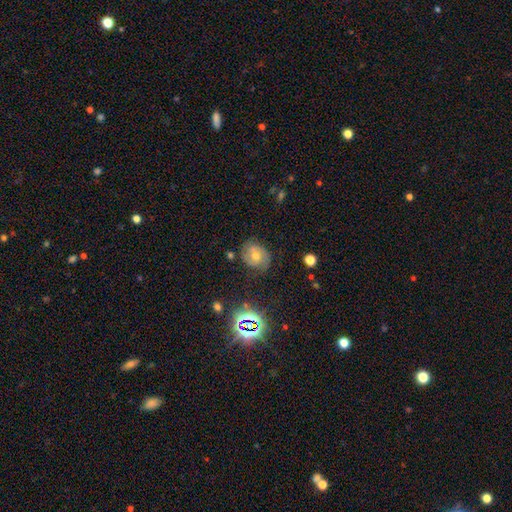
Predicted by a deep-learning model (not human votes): Smooth or featured? featured or disk (52%)
Edge-on disk? no (96%)
Merging? none (75%)